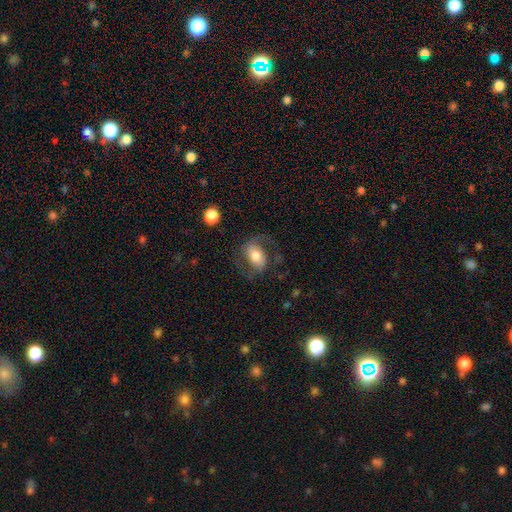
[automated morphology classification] A featured or disk galaxy (56%) with a weak bar (37%), spiral arms (84%) and a moderate central bulge (56%). Merging: none (63%).